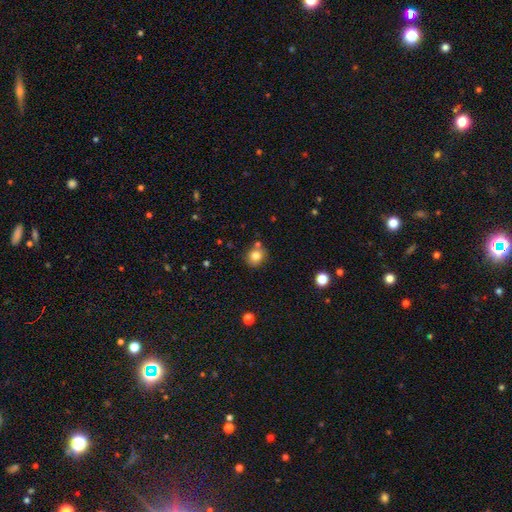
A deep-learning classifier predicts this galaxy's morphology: type=smooth (81%); roundness=round (83%); merging=none (73%).